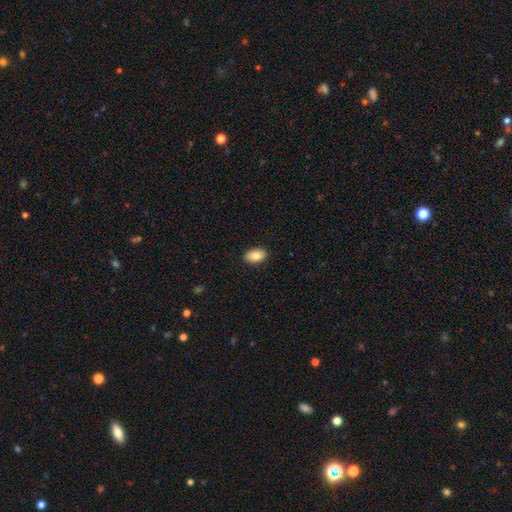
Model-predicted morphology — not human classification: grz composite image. It shows a smooth galaxy with no disk features (86%) that is in between round and cigar-shaped (91%). Merging: none (90%).